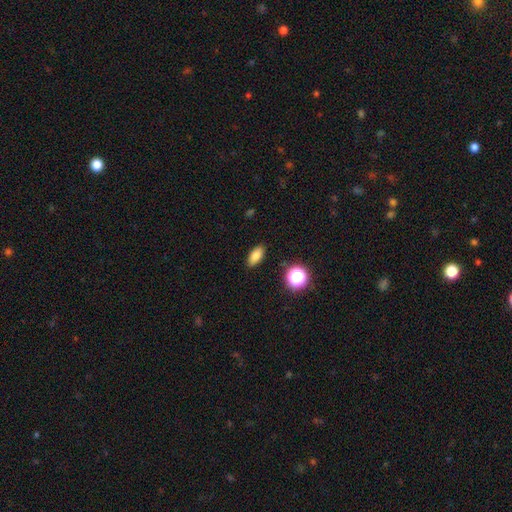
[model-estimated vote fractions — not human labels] This is clearly a smooth galaxy (81%). How rounded: clearly in between (85%). Merging: clearly none (88%).